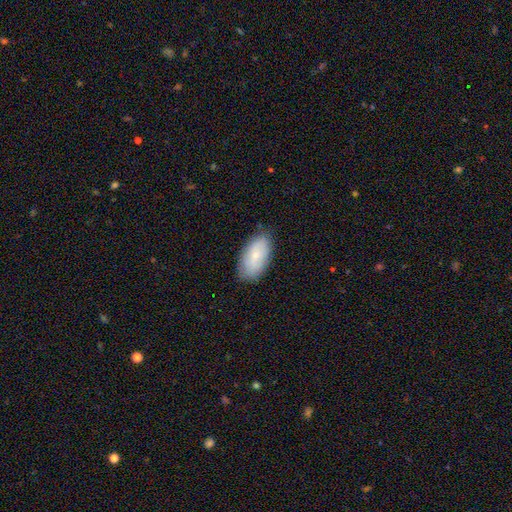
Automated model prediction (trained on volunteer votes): Smooth or featured? smooth (72%)
How rounded? in between (94%)
Merging? none (80%)